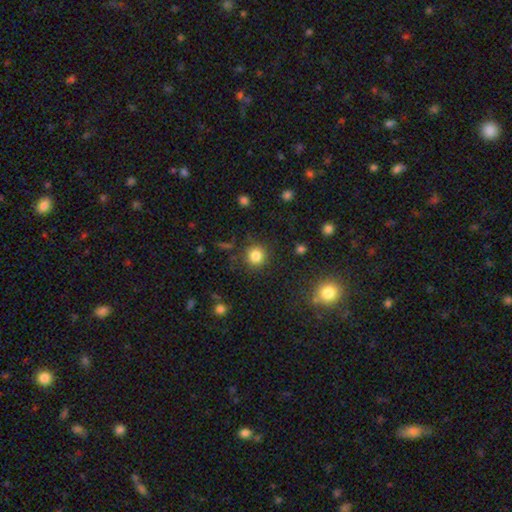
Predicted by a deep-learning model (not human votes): Q: Smooth or featured?
A: smooth (82%); runner-up: star or artifact (12%)
Q: How rounded?
A: round (91%); runner-up: in between (8%)
Q: Merging?
A: none (86%); runner-up: minor disturbance (8%)